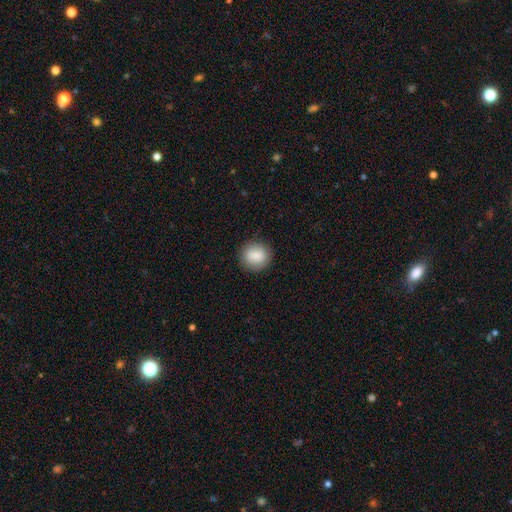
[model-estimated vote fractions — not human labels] Overall: smooth (87%). How rounded: round (86%). Merging: none (89%).